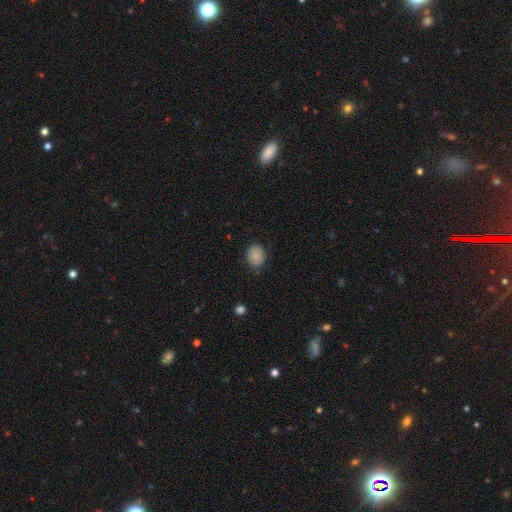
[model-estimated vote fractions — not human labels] A smooth galaxy with no disk features (82%) that is round (56%). Merging: none (79%).